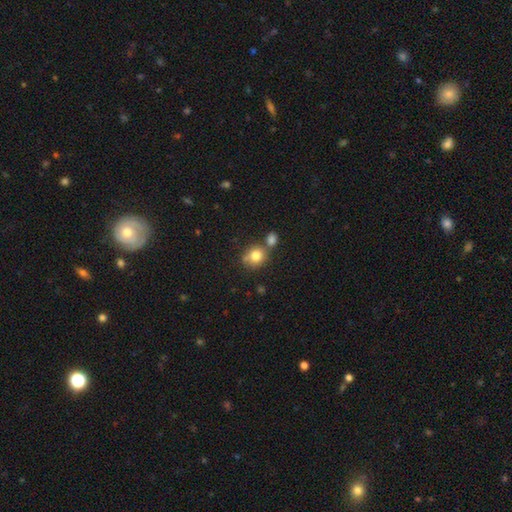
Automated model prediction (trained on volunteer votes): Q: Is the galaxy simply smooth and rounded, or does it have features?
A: smooth — 81%.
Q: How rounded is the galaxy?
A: round — 77%.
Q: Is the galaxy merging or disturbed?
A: none — 56%.